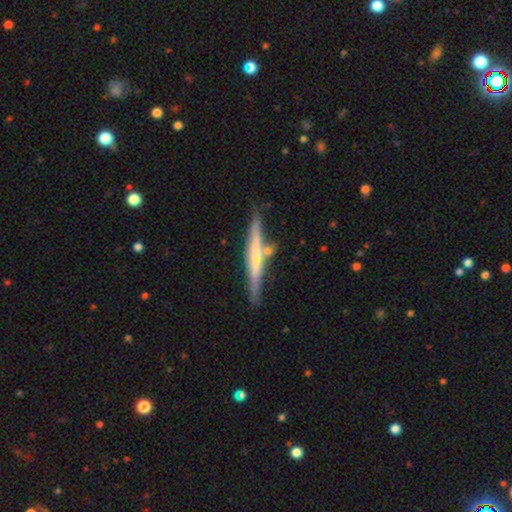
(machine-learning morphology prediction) A featured or disk galaxy (60%) viewed edge-on (96%) with no central bulge (51%).

Vote fractions:
- Smooth or featured? featured or disk: 60% / smooth: 34% / star or artifact: 6%
- Edge-on disk? yes: 96% / no: 4%
- Edge-on bulge? none: 51% / rounded: 38% / boxy: 10%
- Merging? none: 74% / minor disturbance: 12% / merger: 11% / major disturbance: 3%